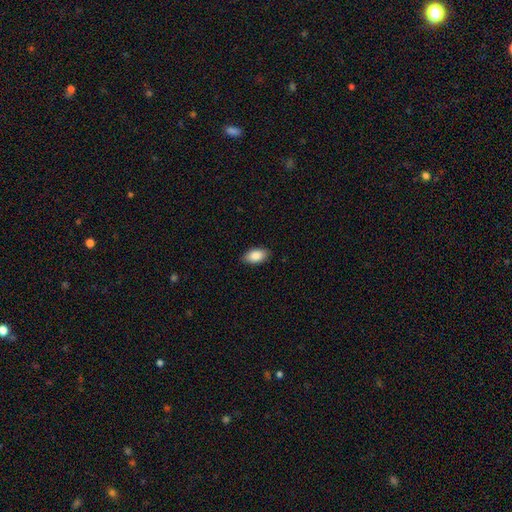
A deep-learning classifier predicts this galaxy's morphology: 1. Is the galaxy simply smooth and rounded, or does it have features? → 87% smooth, 7% star or artifact, 6% featured or disk.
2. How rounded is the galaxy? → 94% in between, 4% round, 2% cigar-shaped.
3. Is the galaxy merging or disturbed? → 88% none, 9% minor disturbance, 2% major disturbance, 1% merger.